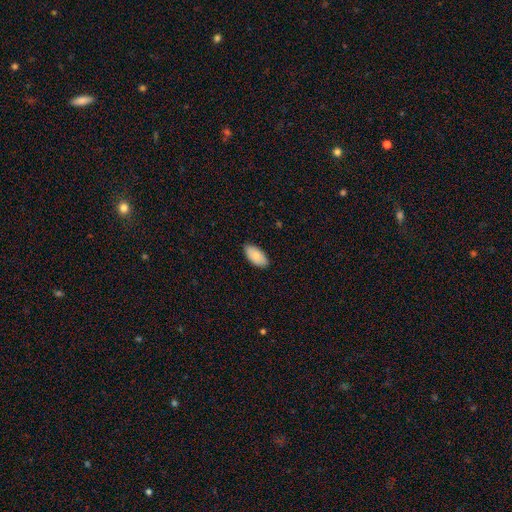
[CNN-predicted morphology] This appears to be a smooth galaxy with no disk features (86%) that is in between round and cigar-shaped (95%). Merging: none (86%).